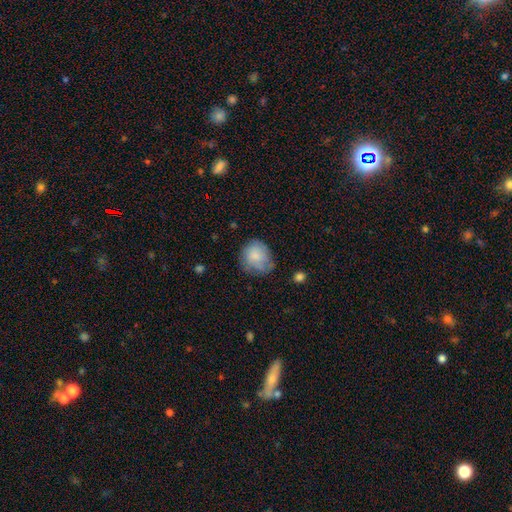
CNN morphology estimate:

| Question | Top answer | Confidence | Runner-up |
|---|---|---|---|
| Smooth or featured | smooth | 77% | featured or disk (15%) |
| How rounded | round | 73% | in between (26%) |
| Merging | none | 58% | minor disturbance (29%) |